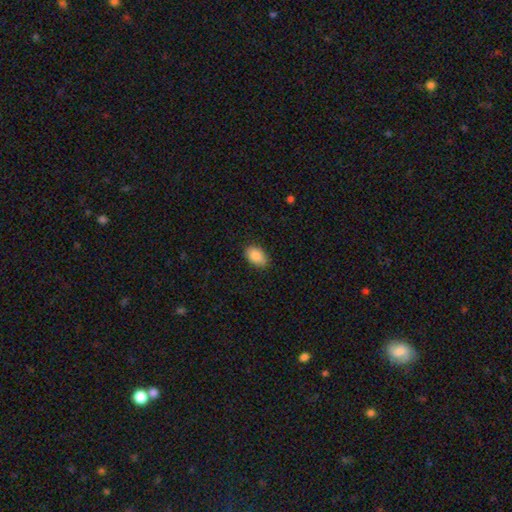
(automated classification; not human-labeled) This is clearly a smooth galaxy (87%). How rounded: clearly in between (89%). Merging: clearly none (84%).